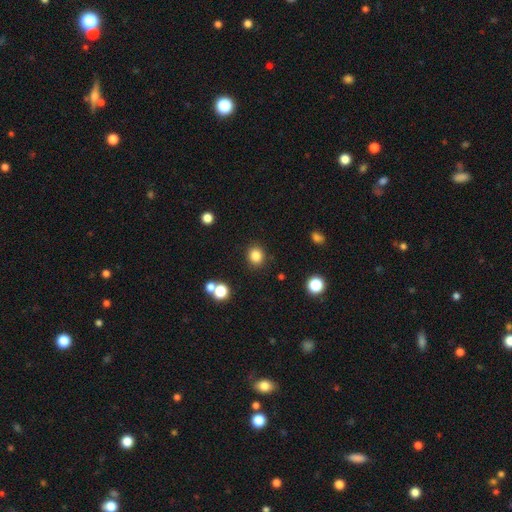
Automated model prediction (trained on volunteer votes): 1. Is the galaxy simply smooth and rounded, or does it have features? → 84% smooth, 12% star or artifact, 5% featured or disk.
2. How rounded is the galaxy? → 82% round, 17% in between, 1% cigar-shaped.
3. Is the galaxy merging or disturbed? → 88% none, 7% minor disturbance, 3% major disturbance, 2% merger.